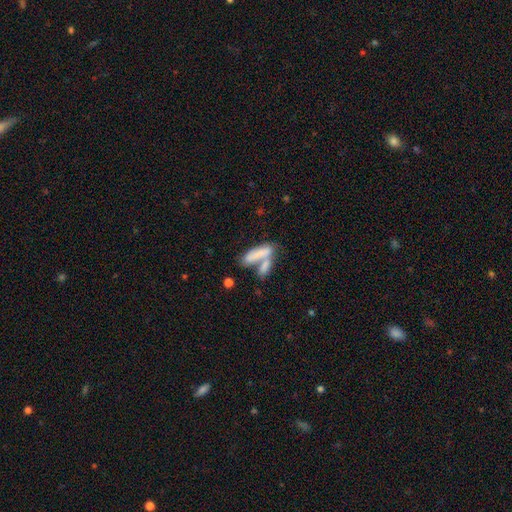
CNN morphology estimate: This is likely a smooth galaxy (71%). How rounded: possibly cigar-shaped (53%). Merging: possibly merger (54%).